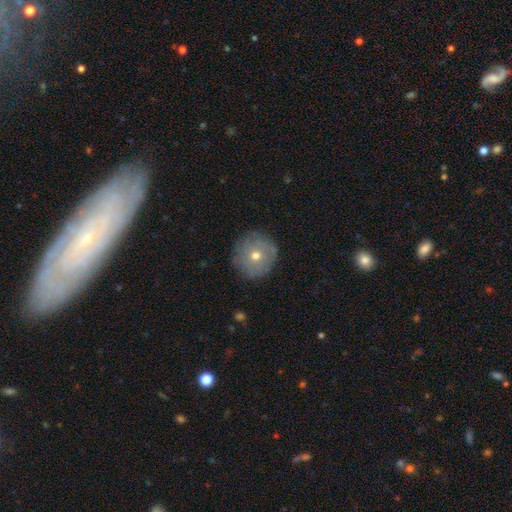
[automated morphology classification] Overall: smooth (60%; featured or disk 30%). How rounded: round (94%). Merging: none (84%).